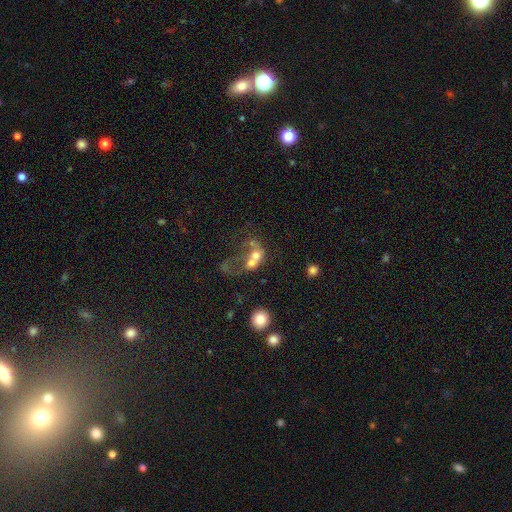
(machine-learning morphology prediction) type=smooth (47%); merging=merger (63%).